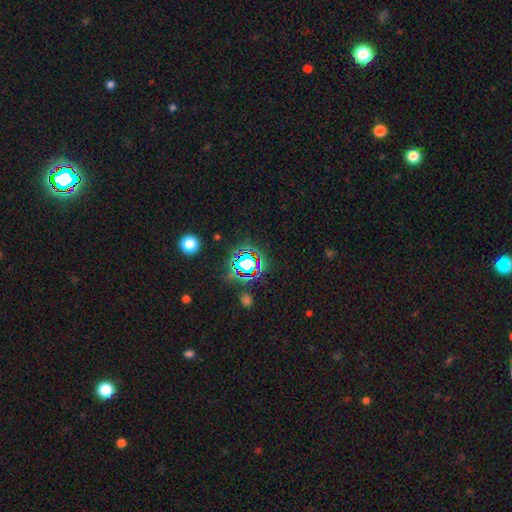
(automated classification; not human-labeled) Morphology: type=star or artifact (72%).